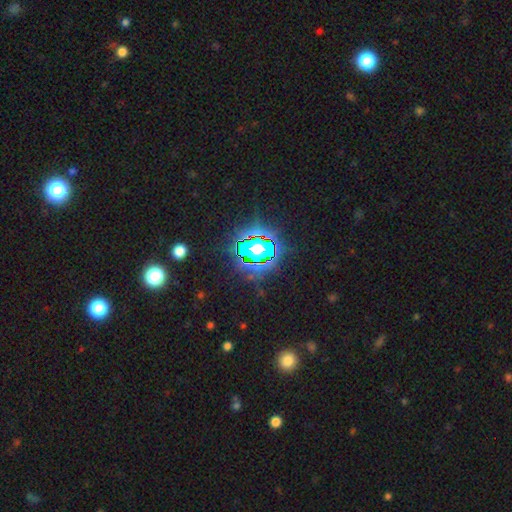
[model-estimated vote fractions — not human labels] This is clearly a star or artifact rather than a galaxy (82%).